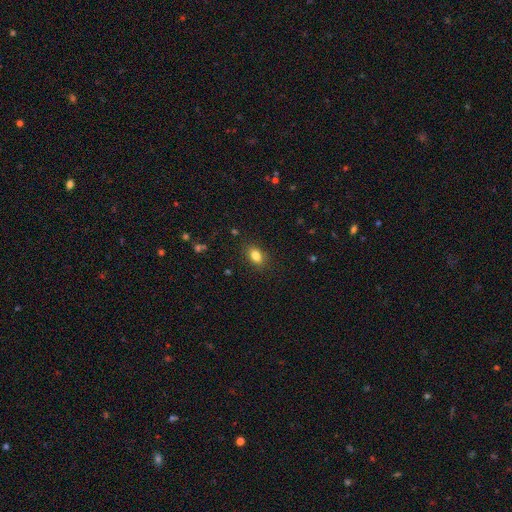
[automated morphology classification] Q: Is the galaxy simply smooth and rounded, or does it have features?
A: smooth — 83%.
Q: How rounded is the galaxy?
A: in between — 79%.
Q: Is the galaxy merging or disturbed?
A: none — 86%.